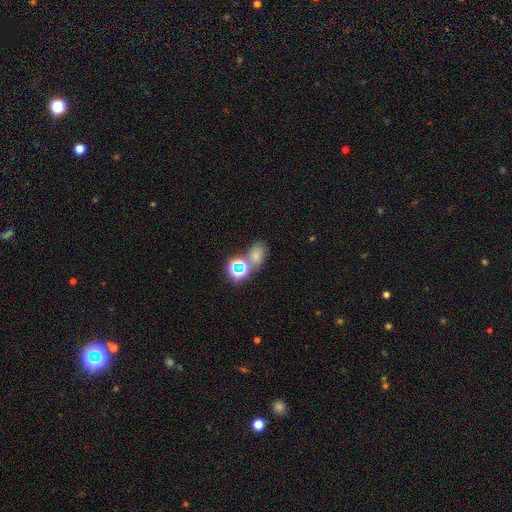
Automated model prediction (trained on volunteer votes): A smooth galaxy with no disk features (58%) that is in between round and cigar-shaped (72%).

Vote fractions:
- Smooth or featured? smooth: 58% / star or artifact: 29% / featured or disk: 12%
- How rounded? in between: 72% / round: 26% / cigar-shaped: 2%
- Merging? none: 51% / merger: 28% / minor disturbance: 14% / major disturbance: 7%